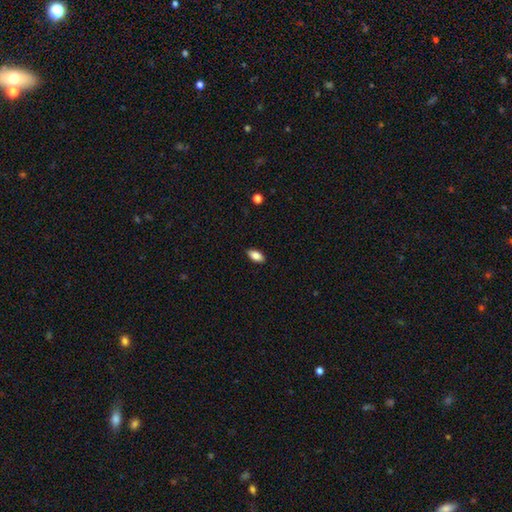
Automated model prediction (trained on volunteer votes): This is clearly a smooth galaxy (86%). How rounded: clearly in between (91%). Merging: clearly none (89%).